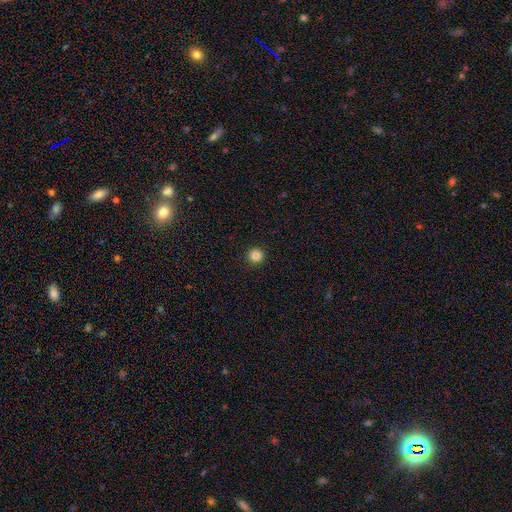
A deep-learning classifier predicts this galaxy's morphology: smooth 84%, star or artifact 12%, featured or disk 4%. Down the decision tree: how rounded — round (96%); merging — none (93%).